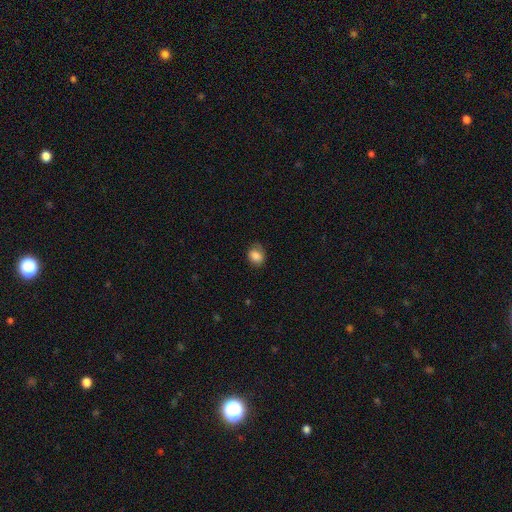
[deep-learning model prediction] smooth 84%, star or artifact 9%, featured or disk 7%. Down the decision tree: how rounded — round (57%); merging — none (70%).